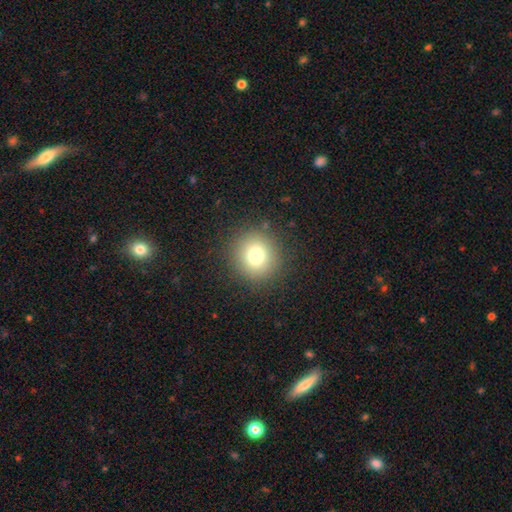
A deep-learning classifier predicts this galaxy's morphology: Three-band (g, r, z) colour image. It shows a smooth galaxy with no disk features (76%) that is round (91%). Merging: none (89%).